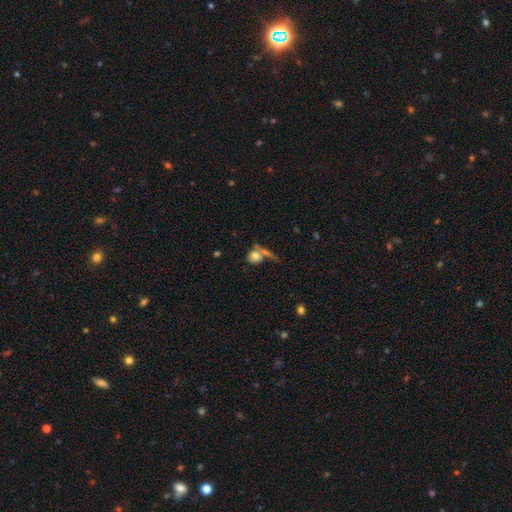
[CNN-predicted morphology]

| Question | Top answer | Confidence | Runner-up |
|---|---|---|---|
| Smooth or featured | smooth | 69% | featured or disk (22%) |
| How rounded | round | 61% | in between (35%) |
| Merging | merger | 35% | tied: none (35%) |